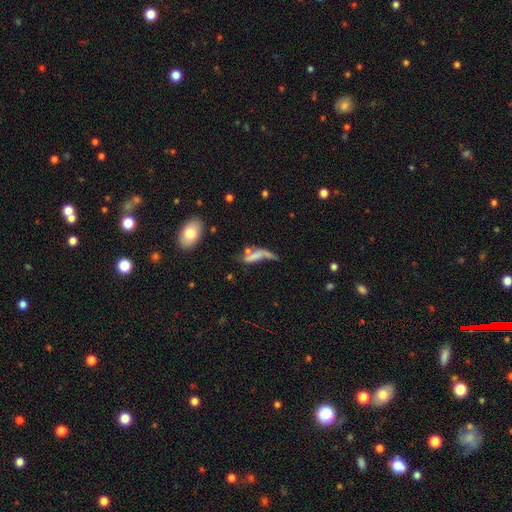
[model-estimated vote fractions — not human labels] smooth_or_featured: smooth (p=0.51) [alt: featured or disk p=0.38]
how_rounded: cigar-shaped (p=0.51) [alt: in between p=0.45]
merging: major disturbance (p=0.35) [alt: merger p=0.23]